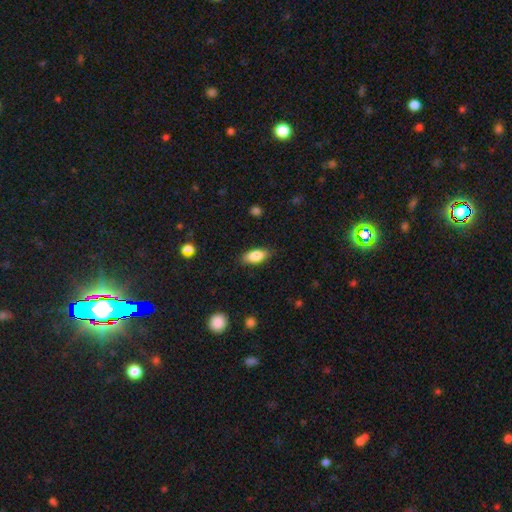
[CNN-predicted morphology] smooth 84%, featured or disk 9%, star or artifact 7%. Down the decision tree: how rounded — in between (85%); merging — none (86%).